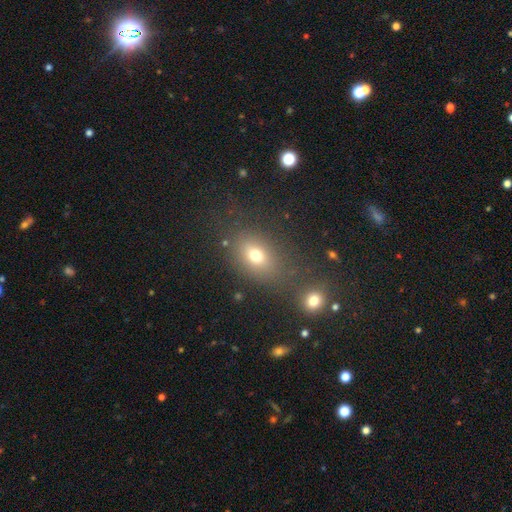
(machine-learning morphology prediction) Smooth or featured? smooth (71%)
How rounded? in between (63%)
Merging? none (69%)